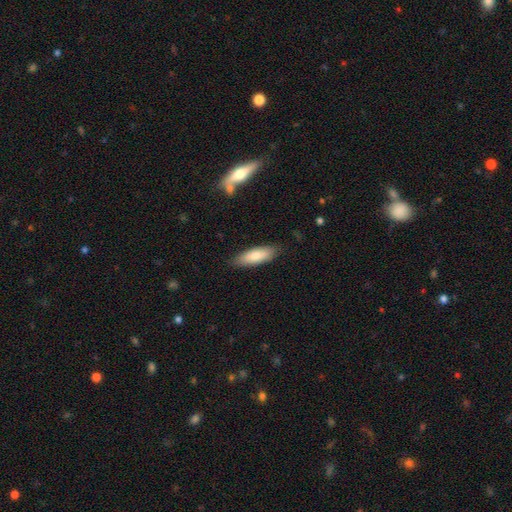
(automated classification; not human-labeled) Morphology: type=smooth (80%); roundness=in between (60%); merging=none (83%).